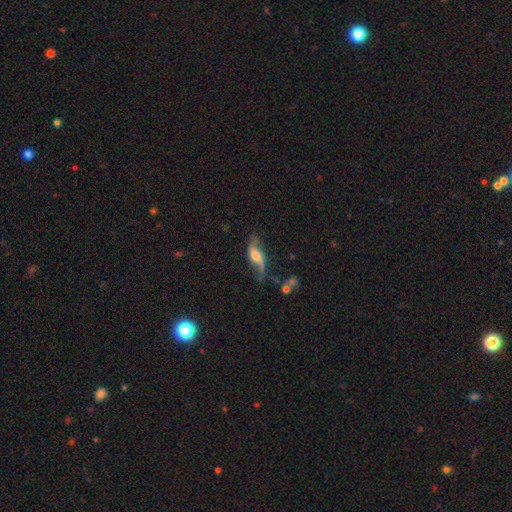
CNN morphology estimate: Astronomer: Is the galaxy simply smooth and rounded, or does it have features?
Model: featured or disk — 79%.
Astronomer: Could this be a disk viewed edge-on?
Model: no — 86%.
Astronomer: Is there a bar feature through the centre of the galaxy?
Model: no — 51% (runner-up: weak, 38%).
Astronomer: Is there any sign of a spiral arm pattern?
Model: yes — 93%.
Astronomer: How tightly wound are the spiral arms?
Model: loose — 86%.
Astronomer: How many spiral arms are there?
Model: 2 — 90%.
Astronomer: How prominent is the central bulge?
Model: moderate — 35% (runner-up: large, 30%).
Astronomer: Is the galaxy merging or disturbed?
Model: none — 64%.